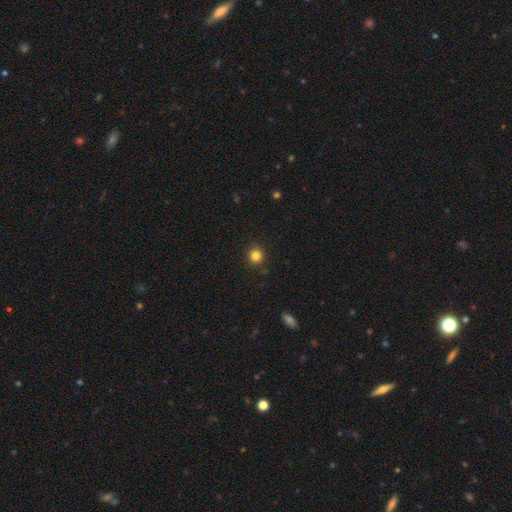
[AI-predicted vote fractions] This appears to be a smooth galaxy with no disk features (83%) that is round (94%). Merging: none (91%).